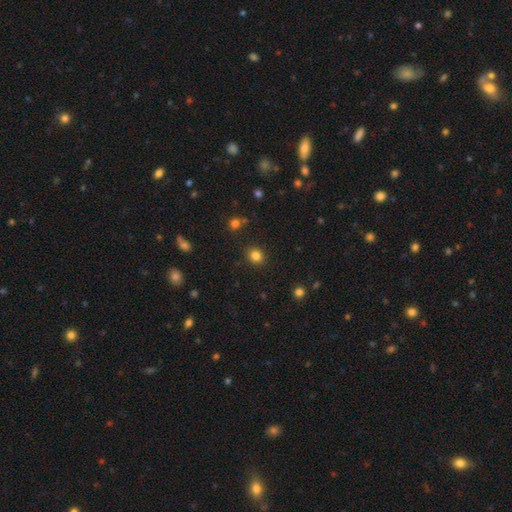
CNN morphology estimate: Smooth or featured? smooth (83%)
How rounded? round (81%)
Merging? none (88%)